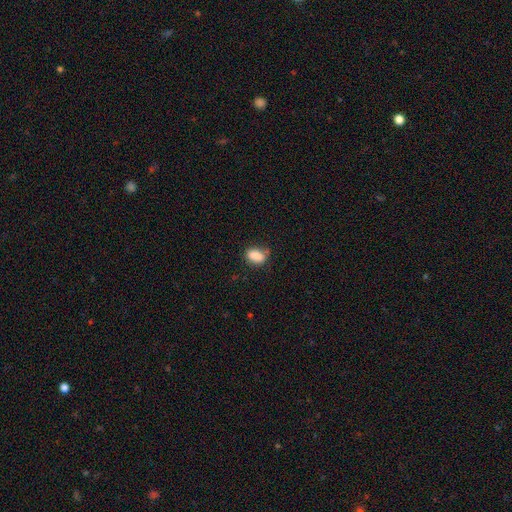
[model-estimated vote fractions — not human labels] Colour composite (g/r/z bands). It shows a smooth galaxy with no disk features (85%) that is in between round and cigar-shaped (81%). Merging: none (68%).